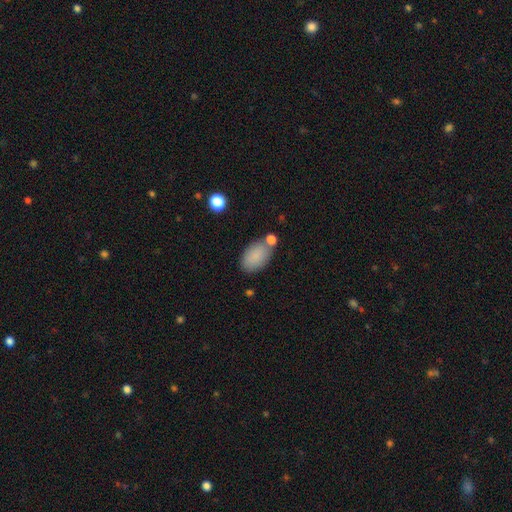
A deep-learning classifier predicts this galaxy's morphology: Overall: smooth (86%). How rounded: in between (93%). Merging: none (67%).